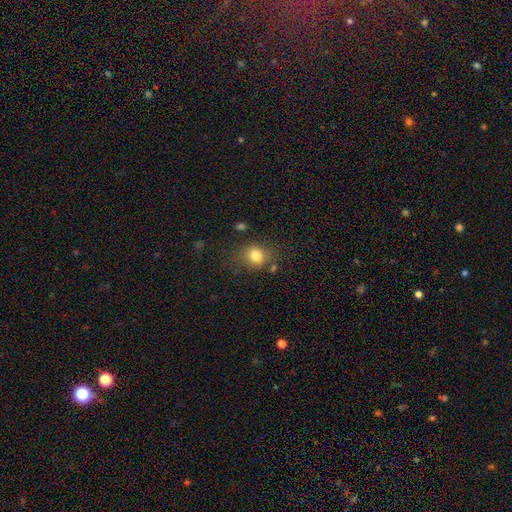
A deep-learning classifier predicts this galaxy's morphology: Smooth or featured? Predicted: smooth (p=0.79). How rounded? Predicted: round (p=0.60). Merging? Predicted: none (p=0.71).